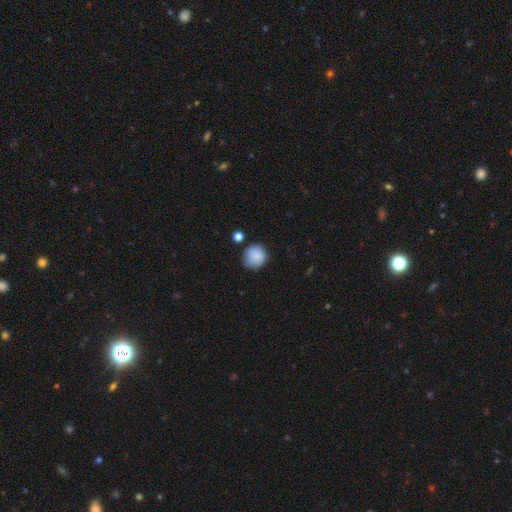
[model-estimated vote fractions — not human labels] Q: Smooth or featured?
A: smooth (86%); runner-up: star or artifact (8%)
Q: How rounded?
A: round (89%); runner-up: in between (10%)
Q: Merging?
A: none (74%); runner-up: minor disturbance (17%)